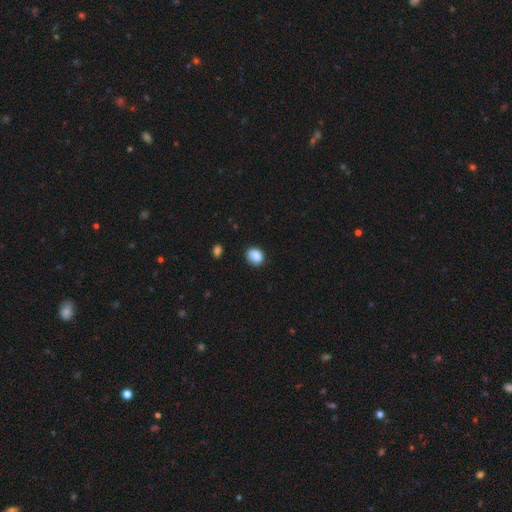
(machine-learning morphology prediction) Smooth or featured? smooth (86%)
How rounded? round (62%)
Merging? none (77%)